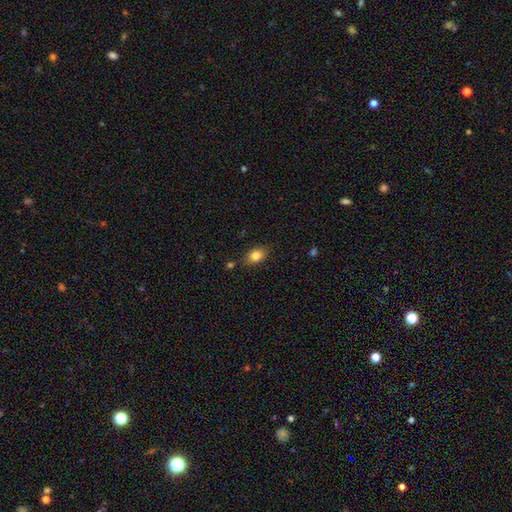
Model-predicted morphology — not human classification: type=smooth (82%); roundness=in between (83%); merging=none (81%).